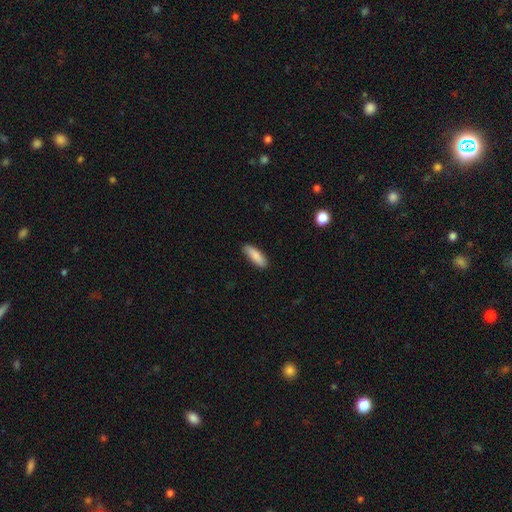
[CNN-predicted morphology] Q: Smooth or featured?
A: smooth (83%); runner-up: featured or disk (11%)
Q: How rounded?
A: in between (51%); runner-up: cigar-shaped (48%)
Q: Merging?
A: none (86%); runner-up: minor disturbance (11%)